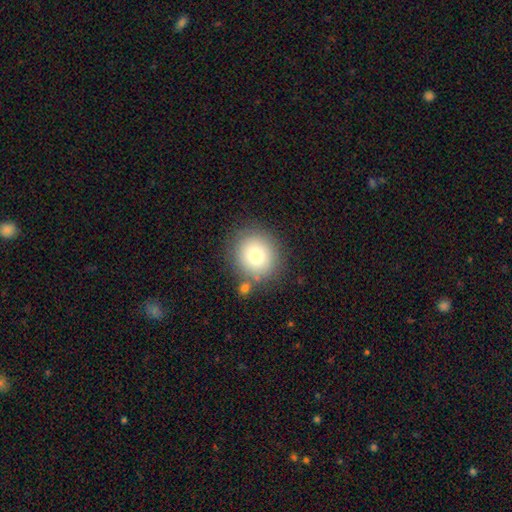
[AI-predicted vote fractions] Smooth or featured? Predicted: smooth (p=0.77). How rounded? Predicted: round (p=0.89). Merging? Predicted: none (p=0.80).